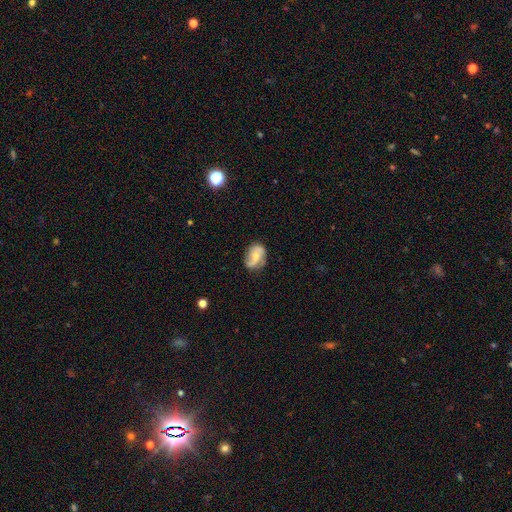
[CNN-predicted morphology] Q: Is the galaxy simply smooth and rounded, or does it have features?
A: featured or disk — 68%.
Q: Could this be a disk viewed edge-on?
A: no — 97%.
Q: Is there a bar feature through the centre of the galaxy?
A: no — 57%.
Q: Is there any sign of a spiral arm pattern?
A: yes — 92%.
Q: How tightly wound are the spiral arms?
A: medium — 41%.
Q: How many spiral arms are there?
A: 2 — 82%.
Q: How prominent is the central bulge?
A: moderate — 46%.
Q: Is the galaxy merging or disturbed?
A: none — 69%.